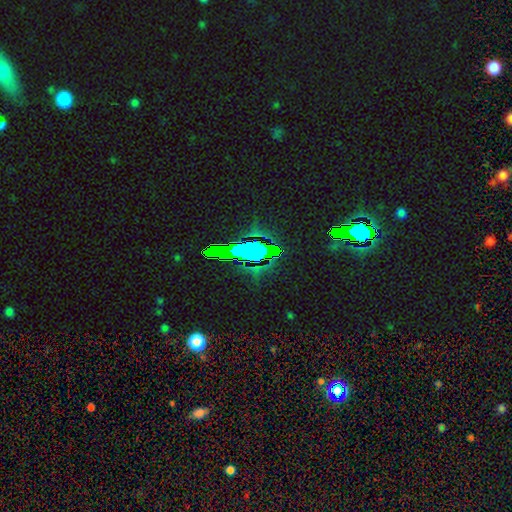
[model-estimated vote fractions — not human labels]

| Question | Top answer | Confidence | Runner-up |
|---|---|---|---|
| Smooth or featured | star or artifact | 79% | smooth (11%) |